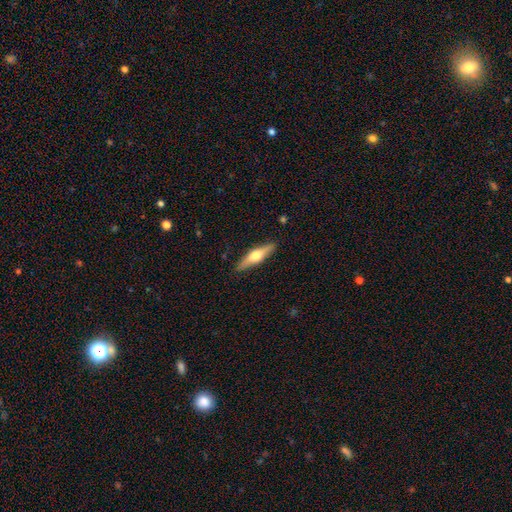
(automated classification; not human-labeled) Overall: featured or disk (56%; smooth 38%). Edge-on disk: yes (94%). Edge-on bulge: rounded (94%). Merging: none (89%).